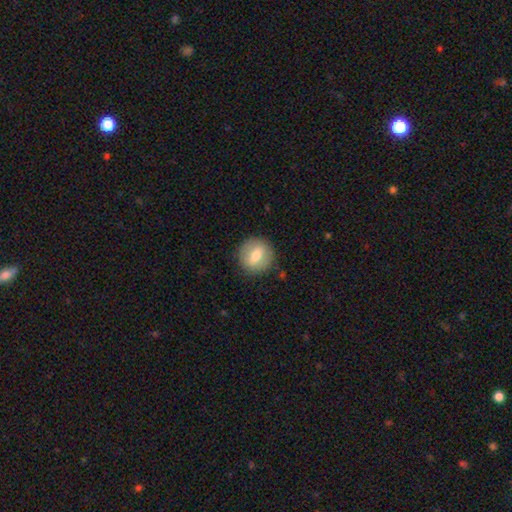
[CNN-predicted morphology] Smooth or featured?
  - smooth: 66% *
  - featured or disk: 26%
  - star or artifact: 8%
How rounded?
  - round: 87% *
  - in between: 12%
  - cigar-shaped: 1%
Merging?
  - none: 87% *
  - minor disturbance: 9%
  - major disturbance: 3%
  - merger: 1%